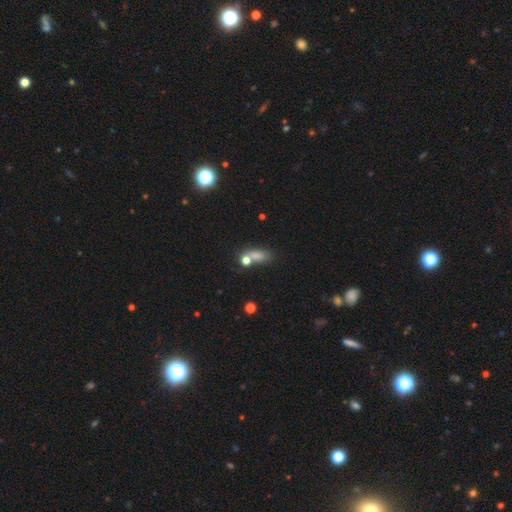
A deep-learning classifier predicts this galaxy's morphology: Q: Smooth or featured?
A: smooth (72%); runner-up: star or artifact (16%)
Q: How rounded?
A: in between (66%); runner-up: round (21%)
Q: Merging?
A: none (47%); runner-up: merger (29%)